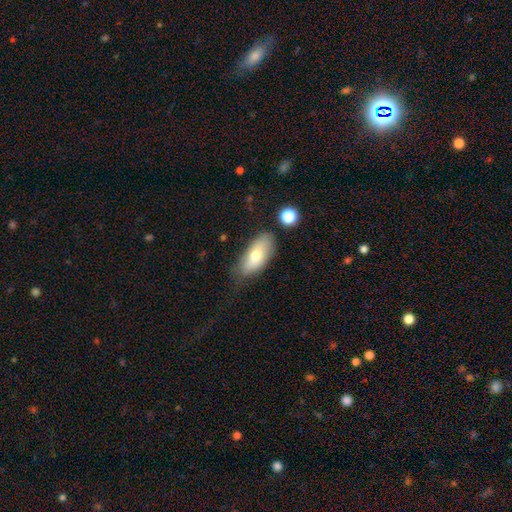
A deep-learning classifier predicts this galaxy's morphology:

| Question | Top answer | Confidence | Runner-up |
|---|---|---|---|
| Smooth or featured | smooth | 69% | featured or disk (23%) |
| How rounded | in between | 86% | cigar-shaped (10%) |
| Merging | none | 69% | minor disturbance (21%) |